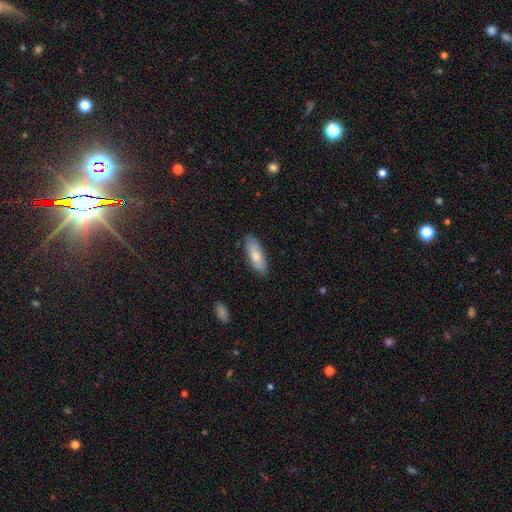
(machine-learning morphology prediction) Smooth or featured? Predicted: smooth (p=0.77). How rounded? Predicted: in between (p=0.67). Merging? Predicted: none (p=0.86).